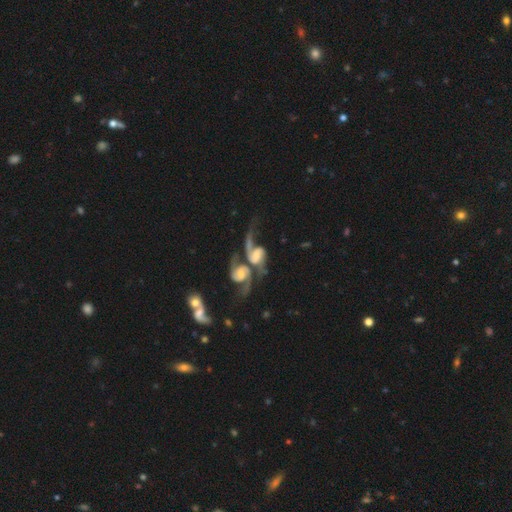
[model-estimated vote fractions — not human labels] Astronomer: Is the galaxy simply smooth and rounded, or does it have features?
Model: featured or disk — 85%.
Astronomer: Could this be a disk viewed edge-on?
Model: no — 96%.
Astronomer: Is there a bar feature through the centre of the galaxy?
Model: no — 46% (runner-up: weak, 38%).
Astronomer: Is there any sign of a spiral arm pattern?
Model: yes — 95%.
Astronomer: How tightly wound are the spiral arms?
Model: loose — 56% (runner-up: medium, 33%).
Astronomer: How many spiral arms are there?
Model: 2 — 79%.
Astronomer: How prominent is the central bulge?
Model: moderate — 34% (runner-up: small, 29%).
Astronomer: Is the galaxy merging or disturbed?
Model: merger — 70%.